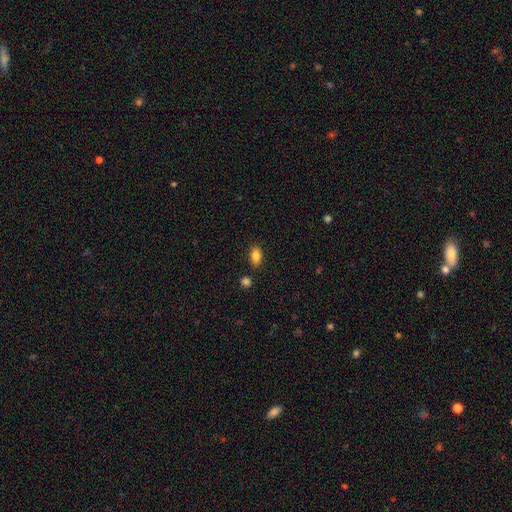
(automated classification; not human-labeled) This is clearly a smooth galaxy (85%). How rounded: clearly in between (88%). Merging: clearly none (83%).